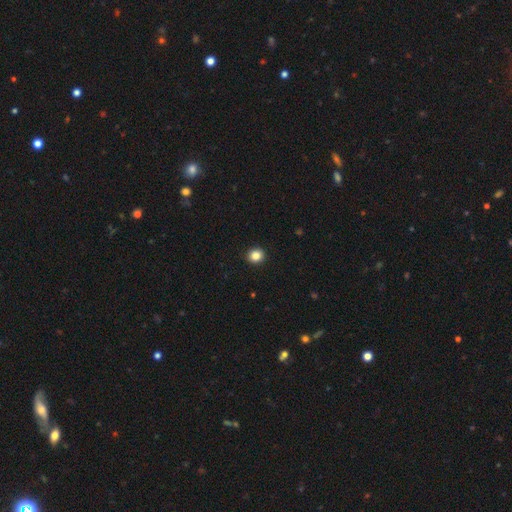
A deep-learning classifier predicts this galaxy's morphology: This appears to be a smooth galaxy with no disk features (86%) that is round (85%). Merging: none (93%).